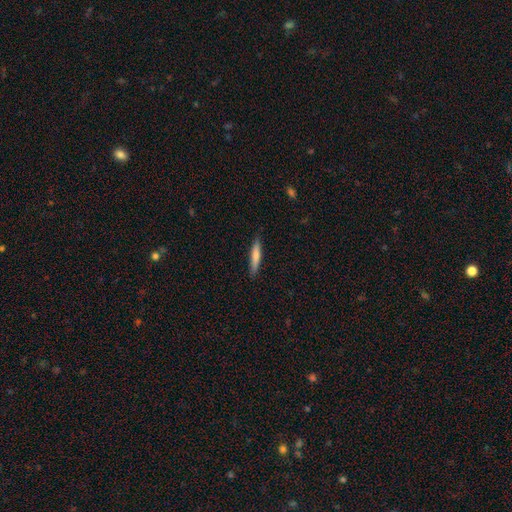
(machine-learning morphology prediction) Q: Smooth or featured?
A: smooth (70%); runner-up: featured or disk (25%)
Q: How rounded?
A: cigar-shaped (92%); runner-up: in between (7%)
Q: Merging?
A: none (89%); runner-up: minor disturbance (8%)